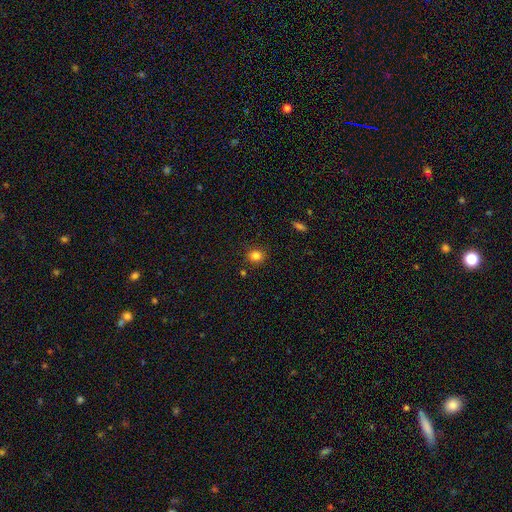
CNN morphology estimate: smooth_or_featured: smooth (p=0.82) [alt: star or artifact p=0.13]
how_rounded: round (p=0.80) [alt: in between p=0.19]
merging: none (p=0.86) [alt: minor disturbance p=0.09]